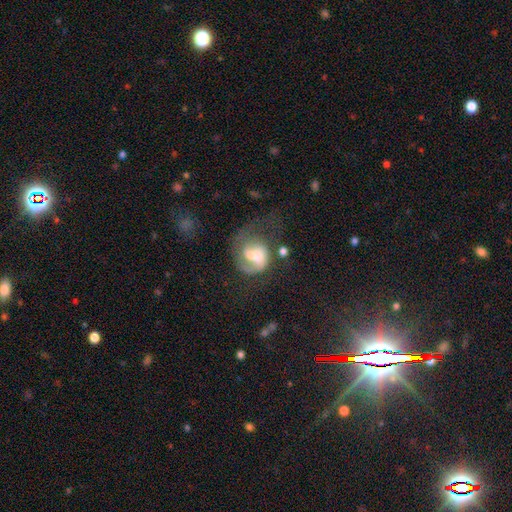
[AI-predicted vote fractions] The model was most divided on "bulge size": moderate: 37%, large: 22%, small: 20%, none: 16%, dominant: 5%. Remaining: edge-on disk — no (98%); spiral arms — yes (63%); bar — no (60%); smooth or featured — featured or disk (54%); merging — major disturbance (42%).